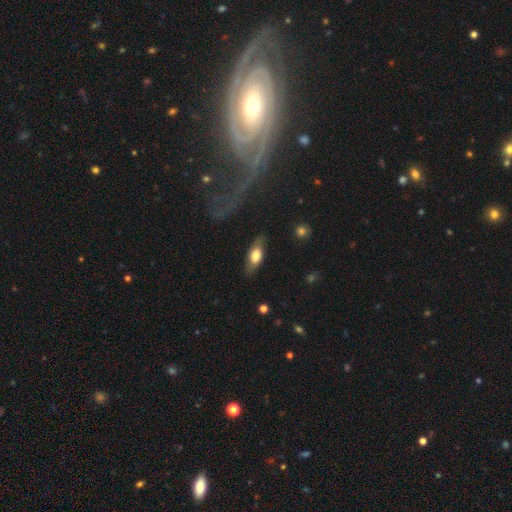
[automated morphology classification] Smooth or featured? smooth (66%)
How rounded? in between (77%)
Merging? none (78%)